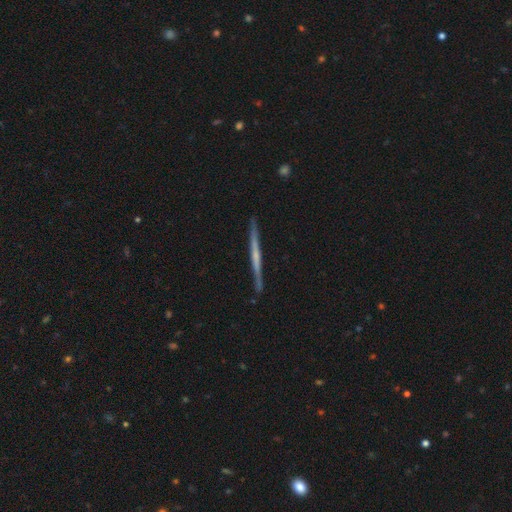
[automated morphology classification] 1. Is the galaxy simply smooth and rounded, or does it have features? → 65% featured or disk, 30% smooth, 5% star or artifact.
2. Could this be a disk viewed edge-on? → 98% yes, 2% no.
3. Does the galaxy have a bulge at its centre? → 72% none, 20% rounded, 8% boxy.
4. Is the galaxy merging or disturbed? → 91% none, 7% minor disturbance, 1% major disturbance, 1% merger.